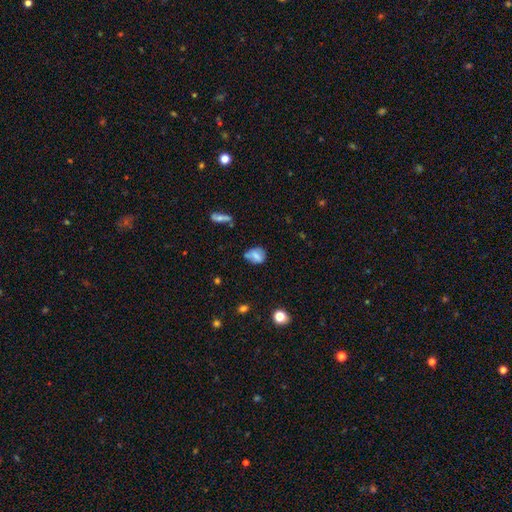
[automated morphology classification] Smooth or featured?
  - smooth: 64% *
  - featured or disk: 26%
  - star or artifact: 11%
How rounded?
  - in between: 54% *
  - round: 44%
  - cigar-shaped: 2%
Merging?
  - none: 57% *
  - minor disturbance: 27%
  - major disturbance: 8%
  - merger: 7%